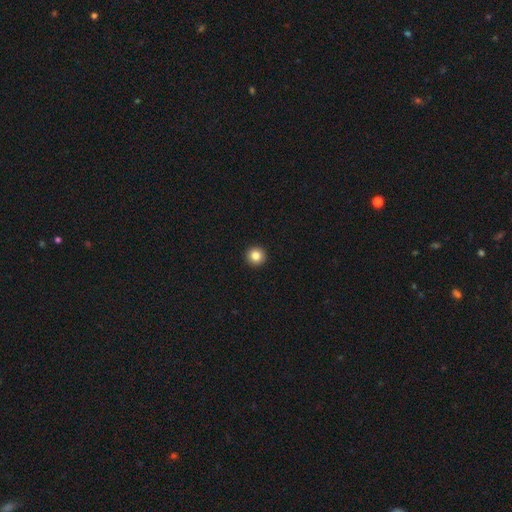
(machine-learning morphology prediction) Overall: smooth (84%). How rounded: round (96%). Merging: none (94%).